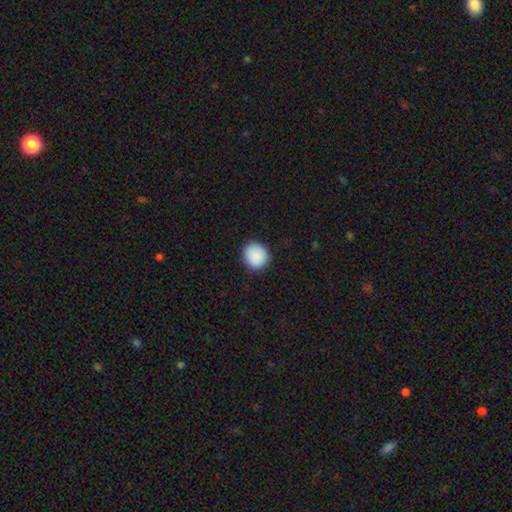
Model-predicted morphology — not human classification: smooth-or-featured: smooth: 89% | star or artifact: 8% | featured or disk: 3%
  how-rounded: round: 88% | in between: 11% | cigar-shaped: 1%
  merging: none: 89% | minor disturbance: 8% | major disturbance: 2% | merger: 1%